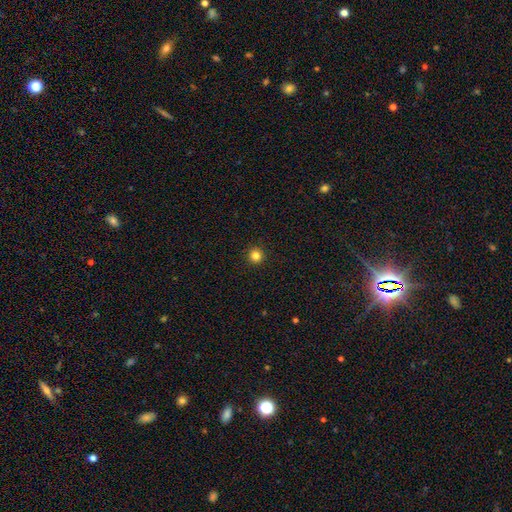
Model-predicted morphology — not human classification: Q: Smooth or featured?
A: smooth (83%); runner-up: star or artifact (13%)
Q: How rounded?
A: round (96%); runner-up: in between (3%)
Q: Merging?
A: none (94%); runner-up: minor disturbance (4%)